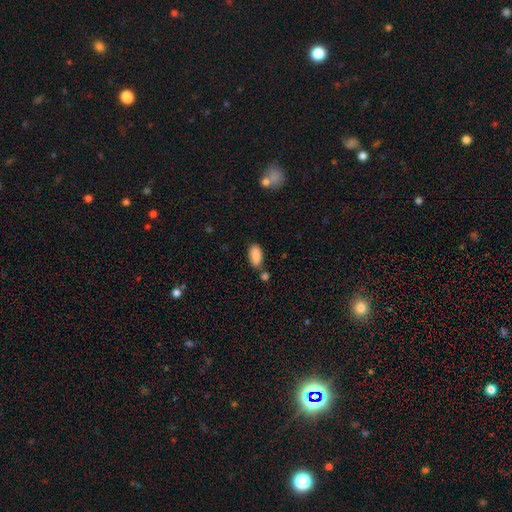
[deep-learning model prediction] Smooth or featured? Predicted: smooth (p=0.86). How rounded? Predicted: in between (p=0.92). Merging? Predicted: none (p=0.71).